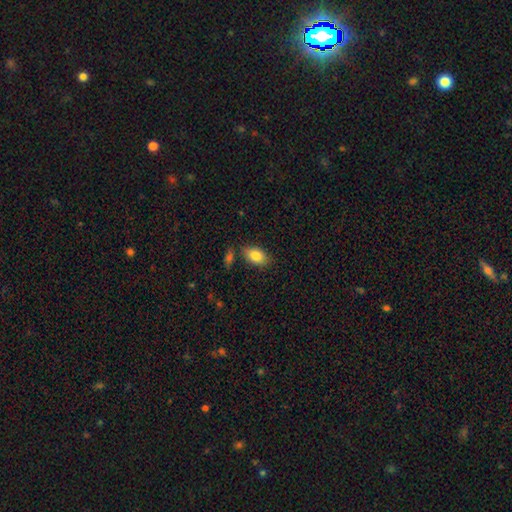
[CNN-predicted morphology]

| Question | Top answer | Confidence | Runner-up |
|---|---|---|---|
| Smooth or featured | smooth | 85% | featured or disk (8%) |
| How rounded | in between | 91% | round (7%) |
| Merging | none | 77% | minor disturbance (14%) |